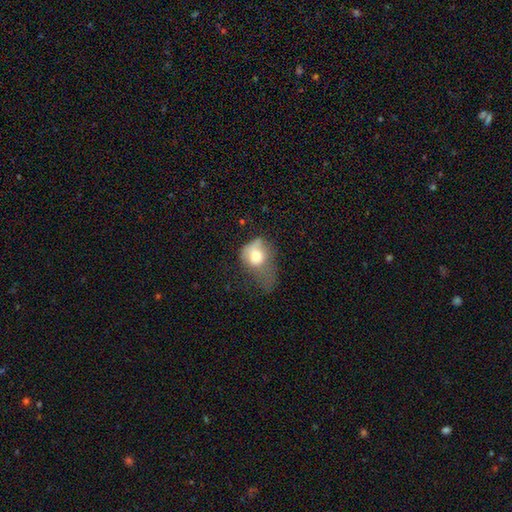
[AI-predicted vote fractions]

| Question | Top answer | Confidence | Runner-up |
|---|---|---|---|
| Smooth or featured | smooth | 68% | featured or disk (23%) |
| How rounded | in between | 57% | round (41%) |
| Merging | major disturbance | 59% | minor disturbance (22%) |